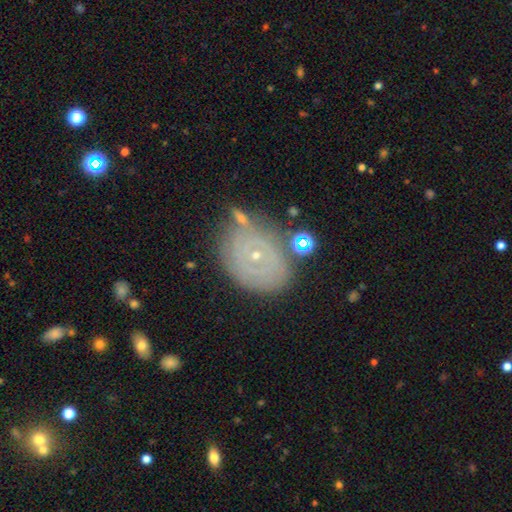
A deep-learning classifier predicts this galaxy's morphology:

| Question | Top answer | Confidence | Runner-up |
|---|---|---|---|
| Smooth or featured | featured or disk | 68% | smooth (22%) |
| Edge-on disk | no | 96% | yes (4%) |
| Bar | no | 77% | weak (18%) |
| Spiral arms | yes | 74% | no (26%) |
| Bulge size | small | 80% | moderate (17%) |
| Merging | none | 70% | minor disturbance (19%) |